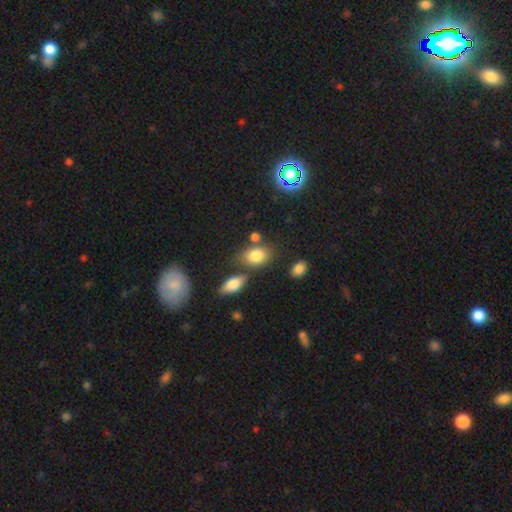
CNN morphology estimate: A smooth galaxy with no disk features (80%) that is in between round and cigar-shaped (75%). Merging: none (62%).